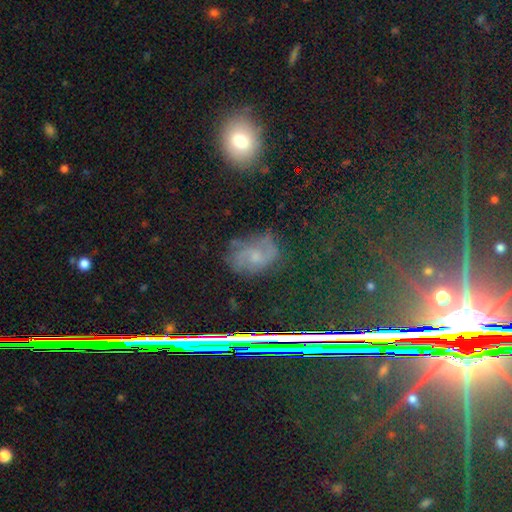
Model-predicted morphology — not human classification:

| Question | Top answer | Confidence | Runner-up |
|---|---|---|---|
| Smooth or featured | featured or disk | 57% | star or artifact (22%) |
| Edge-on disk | no | 95% | yes (5%) |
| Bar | no | 61% | weak (32%) |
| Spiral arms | yes | 89% | no (11%) |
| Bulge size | small | 57% | moderate (29%) |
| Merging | none | 71% | minor disturbance (20%) |